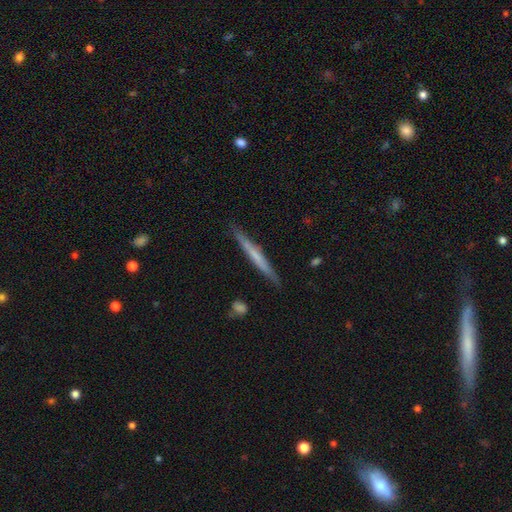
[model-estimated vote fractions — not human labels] Q: Smooth or featured?
A: featured or disk (48%); runner-up: smooth (46%)
Q: Merging?
A: none (87%); runner-up: minor disturbance (10%)